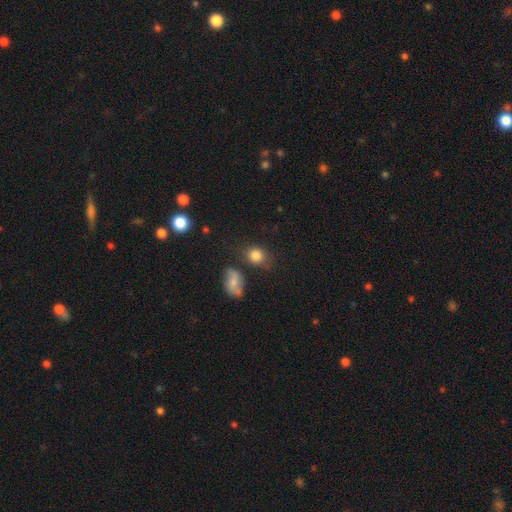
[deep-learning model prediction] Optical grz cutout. It shows a smooth galaxy with no disk features (83%) that is round (60%). Merging: none (71%).